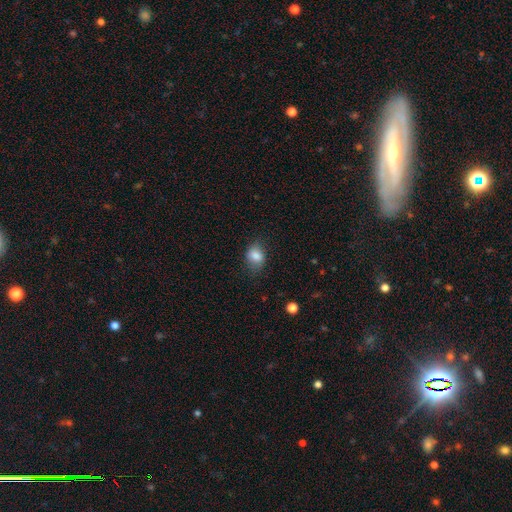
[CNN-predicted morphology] Smooth or featured? smooth (82%)
How rounded? in between (64%)
Merging? none (69%)